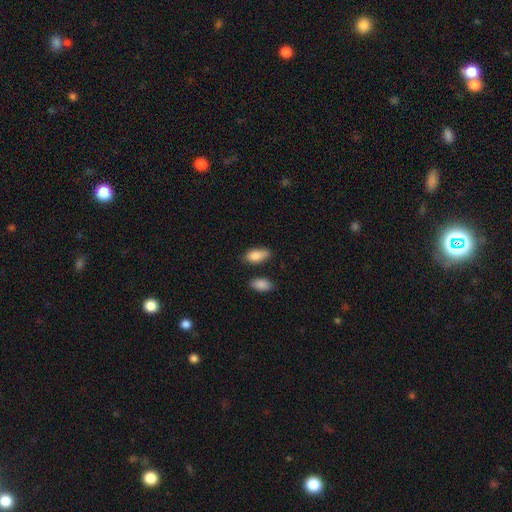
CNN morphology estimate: smooth_or_featured: smooth (p=0.86) [alt: featured or disk p=0.07]
how_rounded: in between (p=0.88) [alt: cigar-shaped p=0.08]
merging: none (p=0.64) [alt: minor disturbance p=0.23]